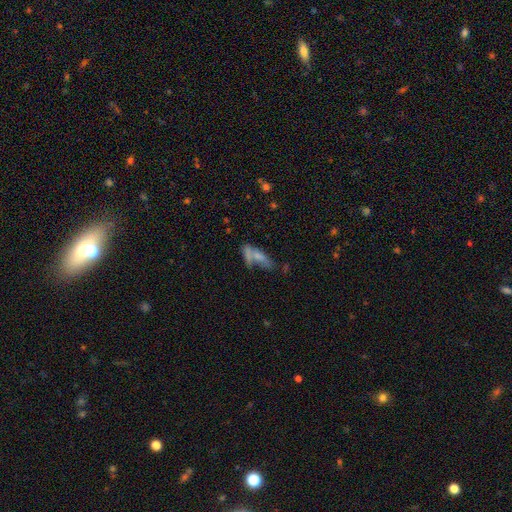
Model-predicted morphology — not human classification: Overall: smooth (61%; featured or disk 28%). How rounded: in between (56%; cigar-shaped 41%). Merging: none (35%; merger 32%).